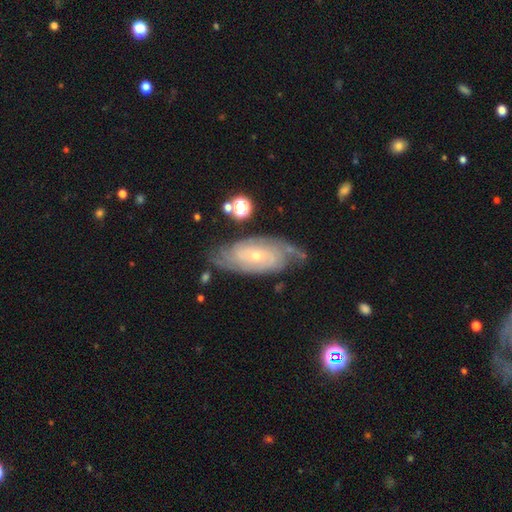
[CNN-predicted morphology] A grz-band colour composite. It shows a featured or disk galaxy (84%) with no bar (68%), 2 (34%) tight (67%) spiral arms (95%) and a small central bulge (71%). Merging: none (71%).